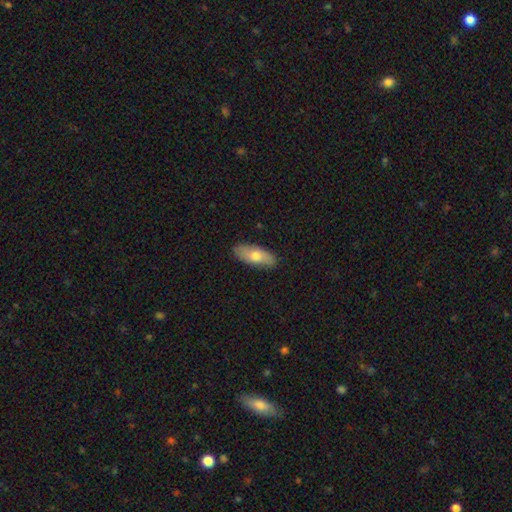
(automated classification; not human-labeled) A smooth galaxy with no disk features (70%) that is in between round and cigar-shaped (81%).

Vote fractions:
- Smooth or featured? smooth: 70% / featured or disk: 24% / star or artifact: 6%
- How rounded? in between: 81% / cigar-shaped: 16% / round: 3%
- Merging? none: 86% / minor disturbance: 11% / major disturbance: 2% / merger: 1%